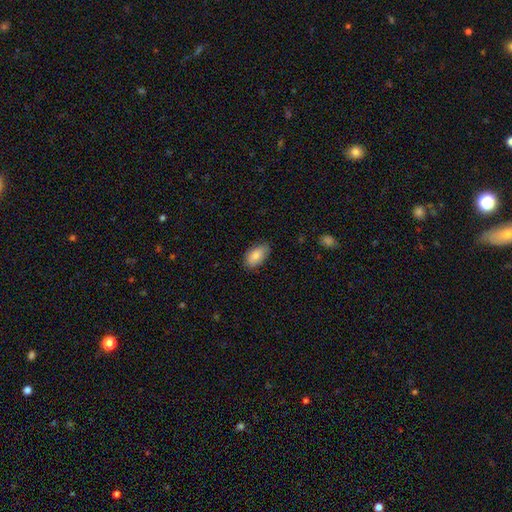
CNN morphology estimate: Q: Smooth or featured?
A: smooth (82%); runner-up: featured or disk (11%)
Q: How rounded?
A: in between (93%); runner-up: round (5%)
Q: Merging?
A: none (80%); runner-up: minor disturbance (16%)